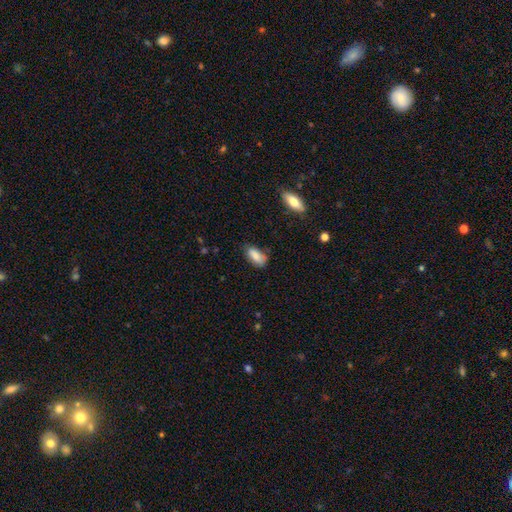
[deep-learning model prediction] smooth_or_featured: smooth (p=0.85) [alt: featured or disk p=0.08]
how_rounded: in between (p=0.90) [alt: cigar-shaped p=0.07]
merging: none (p=0.65) [alt: minor disturbance p=0.27]